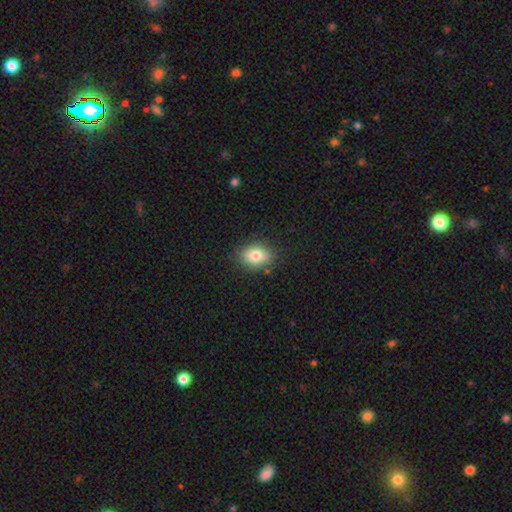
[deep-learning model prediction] Q: Smooth or featured?
A: smooth (76%); runner-up: featured or disk (15%)
Q: How rounded?
A: in between (72%); runner-up: round (26%)
Q: Merging?
A: none (84%); runner-up: minor disturbance (12%)